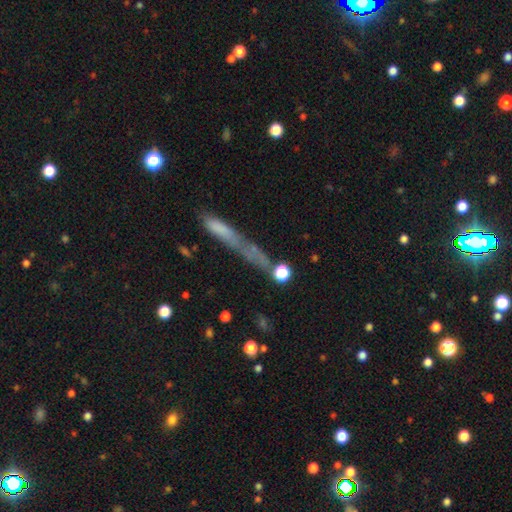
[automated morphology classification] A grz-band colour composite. It shows a smooth galaxy with no disk features (52%) that is cigar-shaped (79%). Merging: none (47%).